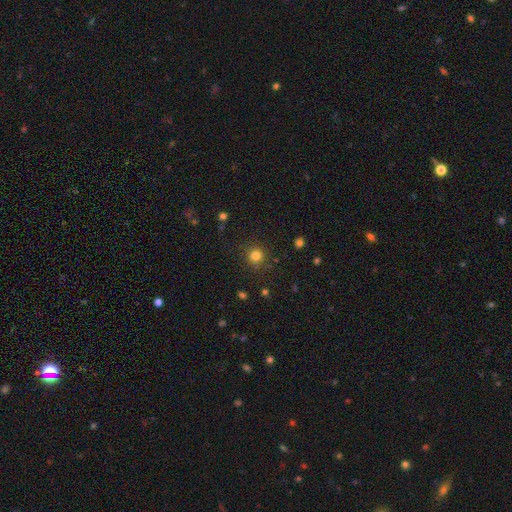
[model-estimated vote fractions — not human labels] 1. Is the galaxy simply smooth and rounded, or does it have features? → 80% smooth, 15% star or artifact, 5% featured or disk.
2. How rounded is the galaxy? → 93% round, 6% in between, 1% cigar-shaped.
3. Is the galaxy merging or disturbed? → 88% none, 7% minor disturbance, 3% major disturbance, 2% merger.